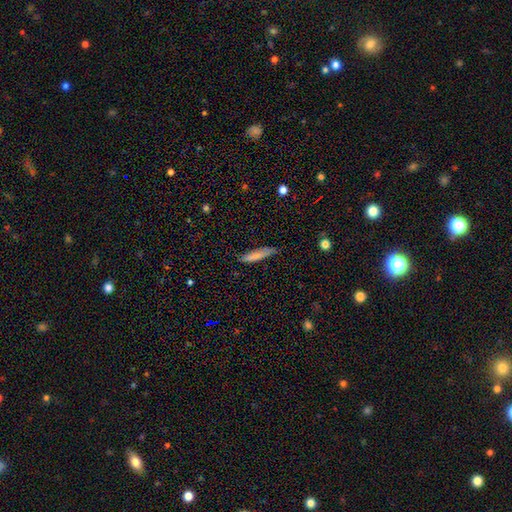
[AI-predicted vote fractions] Smooth or featured? Predicted: smooth (p=0.79). How rounded? Predicted: cigar-shaped (p=0.86). Merging? Predicted: none (p=0.76).